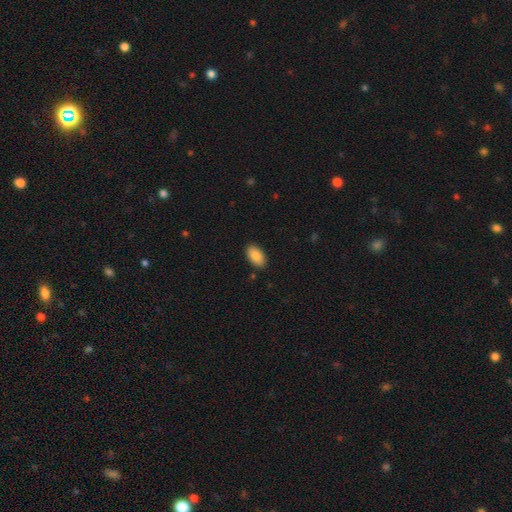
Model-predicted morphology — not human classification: Q: Smooth or featured?
A: smooth (87%); runner-up: star or artifact (7%)
Q: How rounded?
A: in between (94%); runner-up: round (4%)
Q: Merging?
A: none (88%); runner-up: minor disturbance (9%)